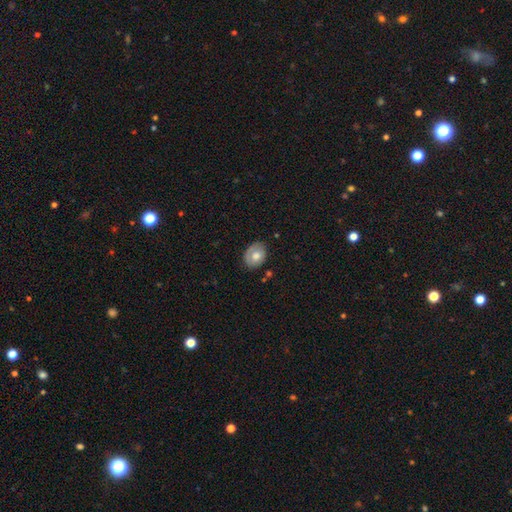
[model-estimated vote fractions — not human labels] Smooth or featured?
  - smooth: 66% *
  - featured or disk: 27%
  - star or artifact: 7%
How rounded?
  - in between: 62% *
  - round: 37%
  - cigar-shaped: 1%
Merging?
  - none: 71% *
  - minor disturbance: 22%
  - major disturbance: 5%
  - merger: 2%